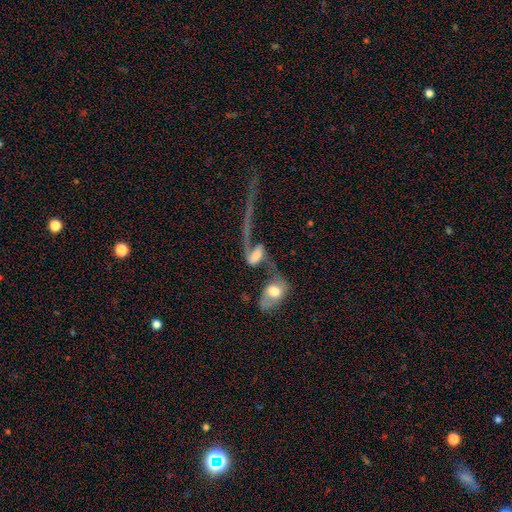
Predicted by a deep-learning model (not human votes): Morphology: type=featured or disk (65%); edge-on=no (92%); bar=no (39%); spiral arms=yes (78%); bulge=moderate (37%); merging=merger (60%).